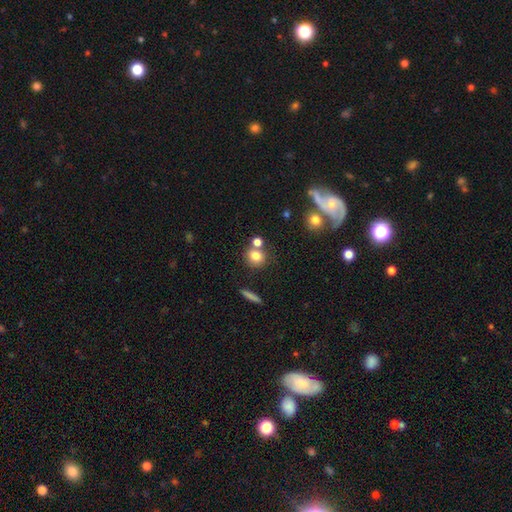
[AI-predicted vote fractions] smooth_or_featured: smooth (p=0.78) [alt: star or artifact p=0.12]
how_rounded: round (p=0.79) [alt: in between p=0.19]
merging: none (p=0.63) [alt: merger p=0.23]